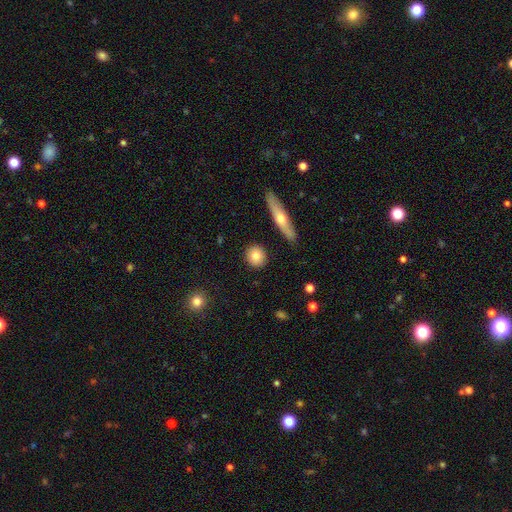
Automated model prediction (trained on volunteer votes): Q: Smooth or featured?
A: smooth (81%); runner-up: featured or disk (13%)
Q: How rounded?
A: round (84%); runner-up: in between (13%)
Q: Merging?
A: none (90%); runner-up: minor disturbance (6%)